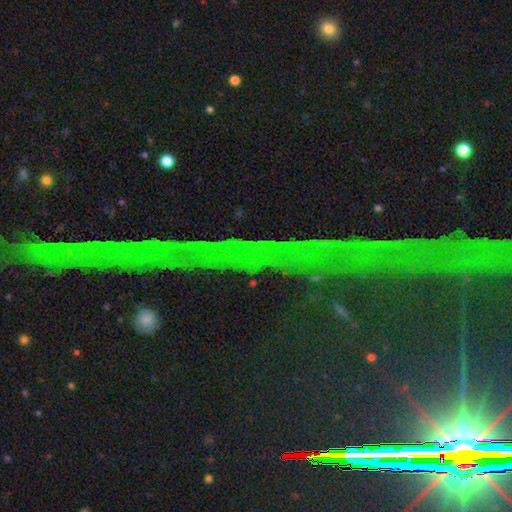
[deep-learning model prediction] Q: Smooth or featured?
A: star or artifact (84%); runner-up: featured or disk (9%)